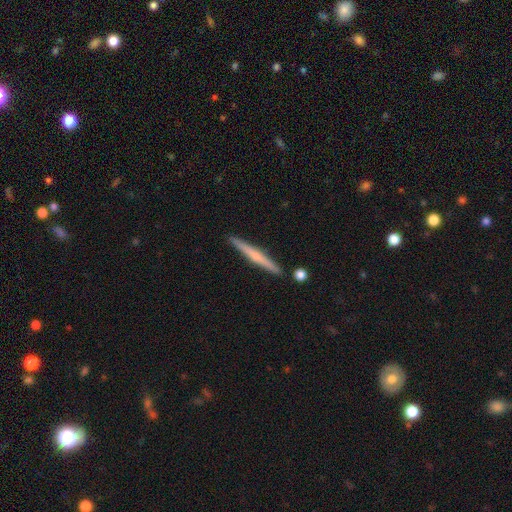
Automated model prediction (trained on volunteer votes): Q: Smooth or featured?
A: featured or disk (55%); runner-up: smooth (40%)
Q: Edge-on disk?
A: yes (97%); runner-up: no (3%)
Q: Edge-on bulge?
A: rounded (51%); runner-up: none (42%)
Q: Merging?
A: none (89%); runner-up: minor disturbance (7%)